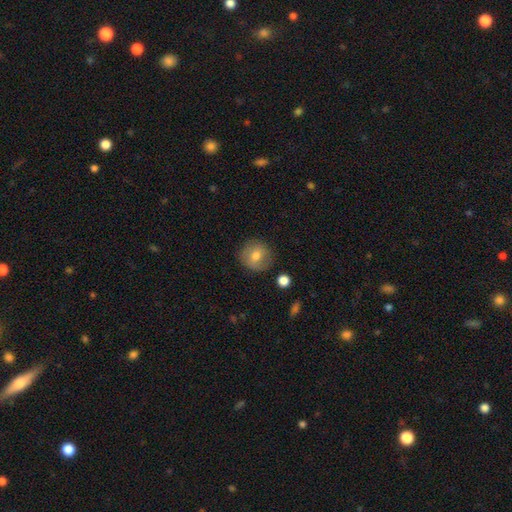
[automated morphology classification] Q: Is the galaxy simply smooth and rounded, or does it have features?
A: smooth — 70%.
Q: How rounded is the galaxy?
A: round — 90%.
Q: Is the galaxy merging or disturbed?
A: none — 84%.